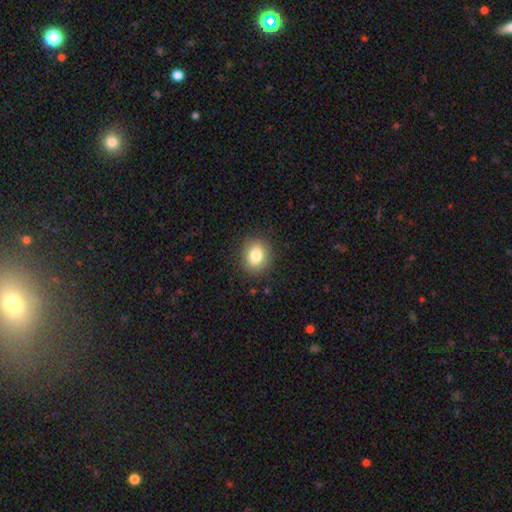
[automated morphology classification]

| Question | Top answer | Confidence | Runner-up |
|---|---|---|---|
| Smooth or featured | smooth | 81% | featured or disk (9%) |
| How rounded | round | 63% | in between (36%) |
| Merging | none | 87% | minor disturbance (9%) |